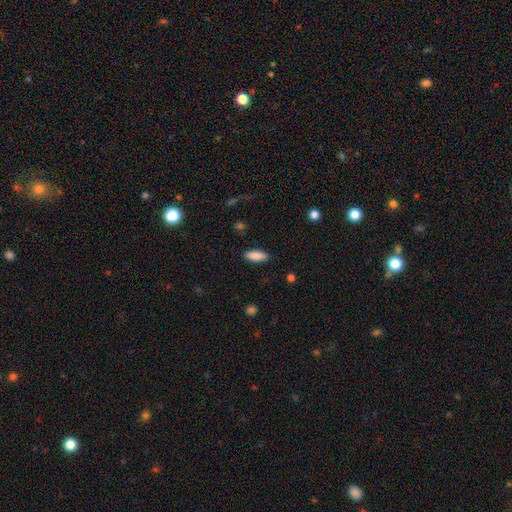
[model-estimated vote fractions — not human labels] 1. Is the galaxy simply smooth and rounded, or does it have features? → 87% smooth, 7% star or artifact, 6% featured or disk.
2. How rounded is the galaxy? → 70% in between, 28% cigar-shaped, 2% round.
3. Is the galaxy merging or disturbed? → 88% none, 9% minor disturbance, 2% major disturbance, 1% merger.